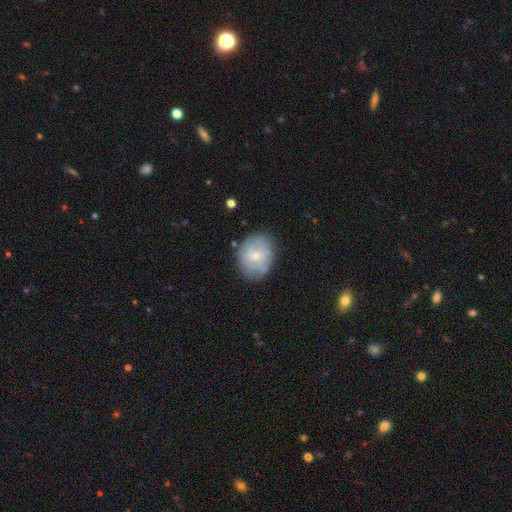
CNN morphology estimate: Smooth or featured: featured or disk — 59% (smooth — 34%)
Edge-on disk: no — 97% (yes — 3%)
Bar: no — 69% (weak — 27%)
Spiral arms: yes — 81% (no — 19%)
Bulge size: small — 67% (moderate — 28%)
Merging: none — 75% (minor disturbance — 18%)